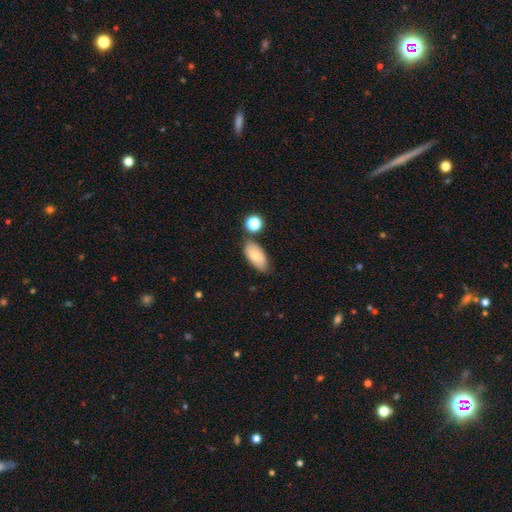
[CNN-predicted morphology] smooth_or_featured: smooth (p=0.74) [alt: featured or disk p=0.18]
how_rounded: in between (p=0.92) [alt: cigar-shaped p=0.05]
merging: none (p=0.73) [alt: minor disturbance p=0.15]